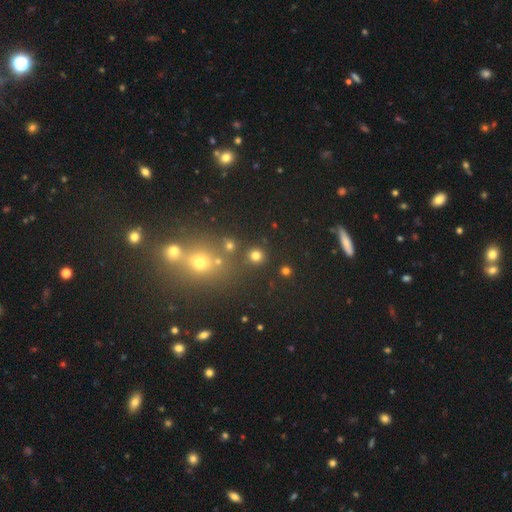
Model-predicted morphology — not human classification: A smooth galaxy with no disk features (76%) that is round (92%). Merging: none (85%).